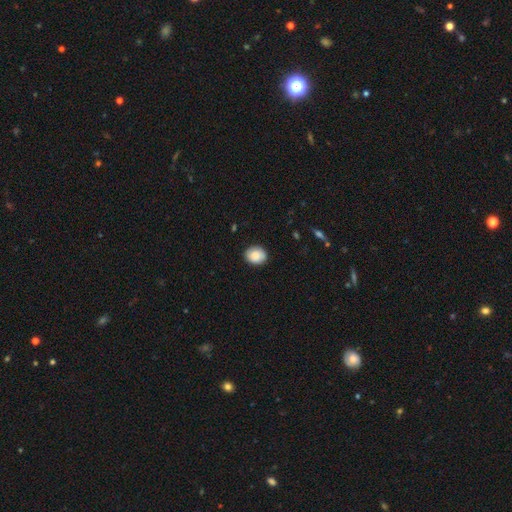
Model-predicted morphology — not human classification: type=smooth (86%); roundness=round (55%); merging=none (87%).